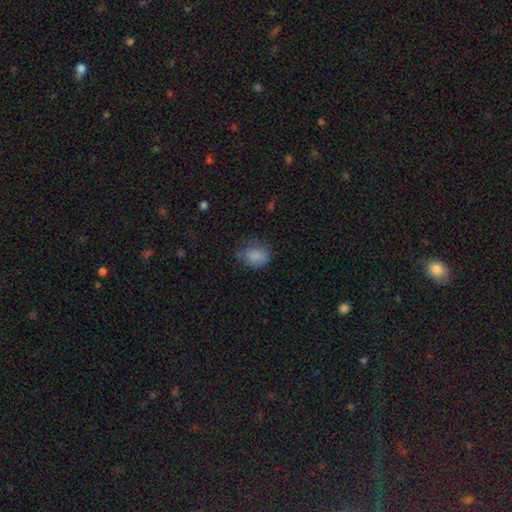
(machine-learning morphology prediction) Smooth or featured?
  - smooth: 84% *
  - star or artifact: 9%
  - featured or disk: 7%
How rounded?
  - in between: 56% *
  - round: 43%
  - cigar-shaped: 1%
Merging?
  - none: 59% *
  - minor disturbance: 29%
  - major disturbance: 11%
  - merger: 1%